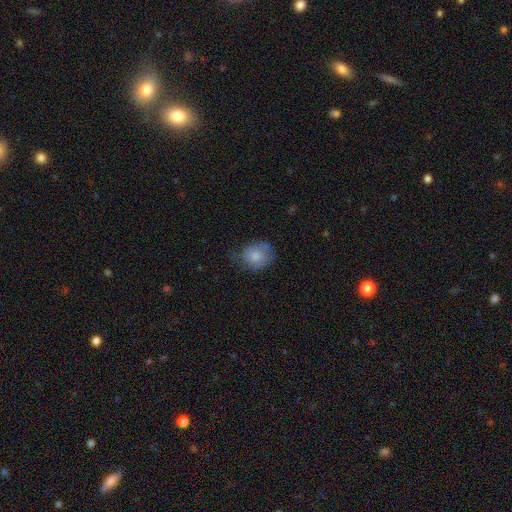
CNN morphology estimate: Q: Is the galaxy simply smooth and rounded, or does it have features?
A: smooth — 71%.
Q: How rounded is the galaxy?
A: round — 59%.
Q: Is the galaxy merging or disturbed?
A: none — 50%.